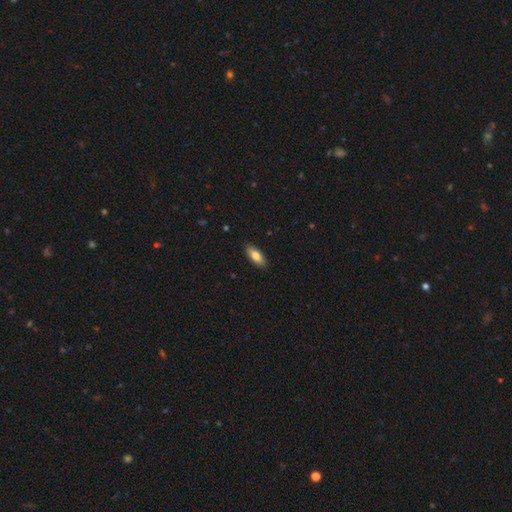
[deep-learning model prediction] This appears to be a smooth galaxy with no disk features (77%) that is in between round and cigar-shaped (73%). Merging: none (89%).